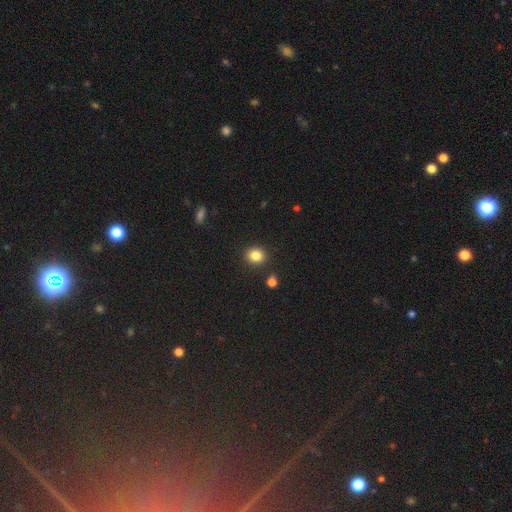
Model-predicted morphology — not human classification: smooth_or_featured: smooth (p=0.84) [alt: star or artifact p=0.11]
how_rounded: round (p=0.77) [alt: in between p=0.22]
merging: none (p=0.88) [alt: minor disturbance p=0.07]